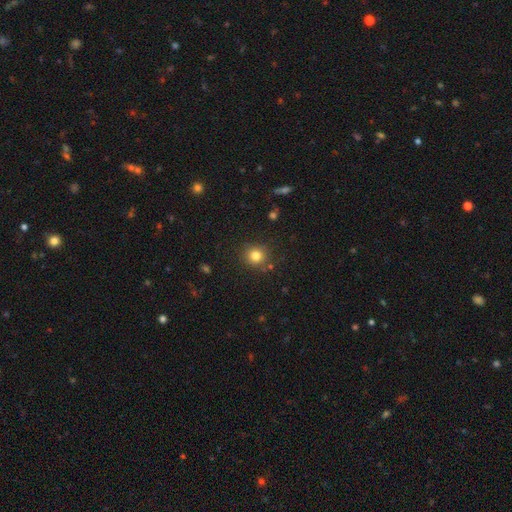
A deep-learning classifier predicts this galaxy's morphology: Smooth or featured? Predicted: smooth (p=0.81). How rounded? Predicted: round (p=0.90). Merging? Predicted: none (p=0.86).